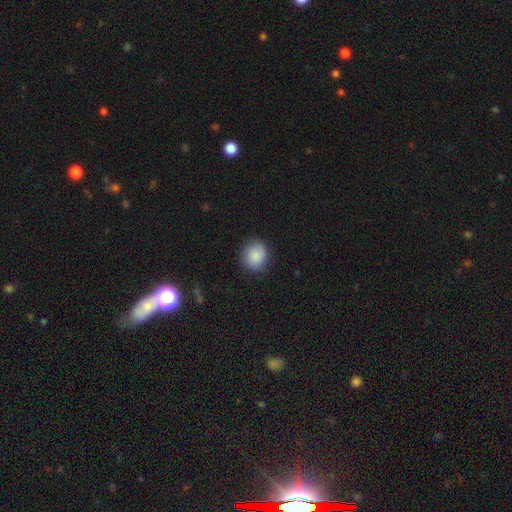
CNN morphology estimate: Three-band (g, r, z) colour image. It shows a smooth galaxy with no disk features (87%) that is round (78%). Merging: none (83%).